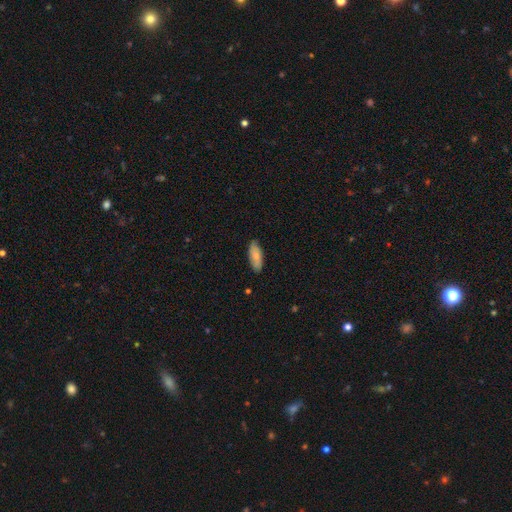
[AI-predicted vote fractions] A smooth galaxy with no disk features (72%) that is in between round and cigar-shaped (76%).

Vote fractions:
- Smooth or featured? smooth: 72% / featured or disk: 22% / star or artifact: 6%
- How rounded? in between: 76% / cigar-shaped: 22% / round: 2%
- Merging? none: 85% / minor disturbance: 12% / major disturbance: 2% / merger: 1%